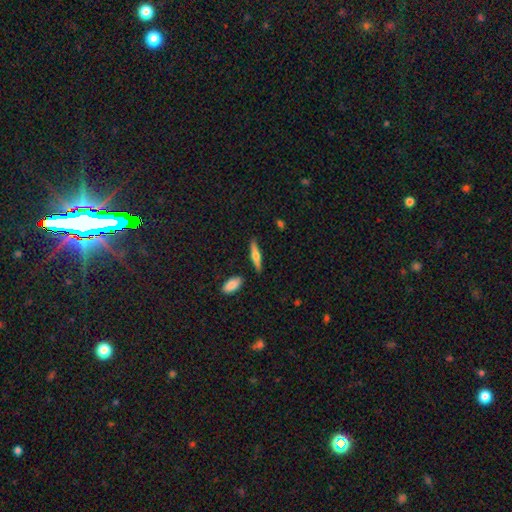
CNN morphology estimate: This appears to be a featured or disk galaxy (48%). Merging: none (86%).